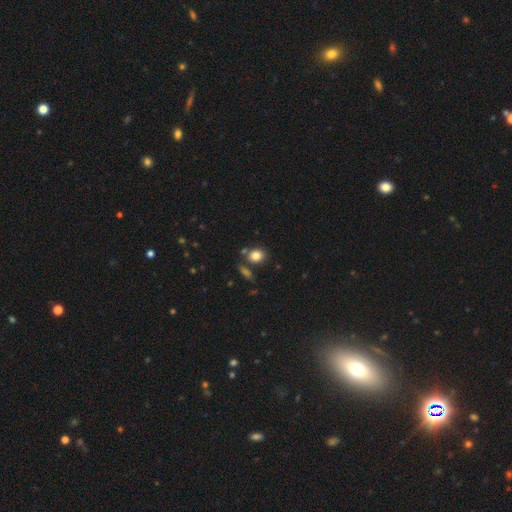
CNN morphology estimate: smooth_or_featured: smooth (p=0.83) [alt: star or artifact p=0.10]
how_rounded: round (p=0.54) [alt: in between p=0.44]
merging: none (p=0.72) [alt: merger p=0.13]